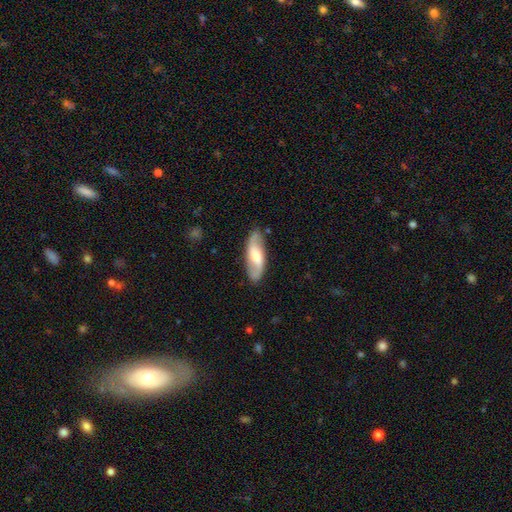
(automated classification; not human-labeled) This is likely a featured or disk galaxy (66%). It is clearly not viewed edge-on (87%). Bar: marginally weak (44%). Spiral arm pattern: clearly yes (89%). Spiral arm count: clearly 2 (90%). Spiral winding: possibly loose (53%). Central bulge: possibly moderate (56%). Merging: clearly none (85%).